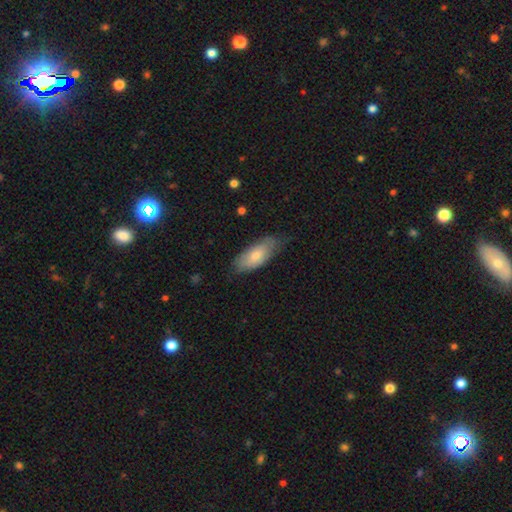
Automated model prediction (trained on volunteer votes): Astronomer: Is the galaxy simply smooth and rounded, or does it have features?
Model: smooth — 67%.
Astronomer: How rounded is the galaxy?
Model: in between — 82%.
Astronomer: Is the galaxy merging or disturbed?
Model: none — 66%.